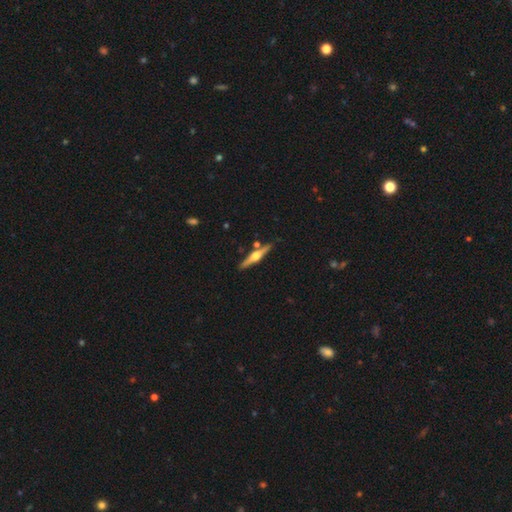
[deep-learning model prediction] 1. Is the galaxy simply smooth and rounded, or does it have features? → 74% featured or disk, 21% smooth, 5% star or artifact.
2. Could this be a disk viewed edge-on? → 98% yes, 2% no.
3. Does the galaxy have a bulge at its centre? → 94% rounded, 3% boxy, 2% none.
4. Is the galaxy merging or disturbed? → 87% none, 8% minor disturbance, 4% merger, 2% major disturbance.